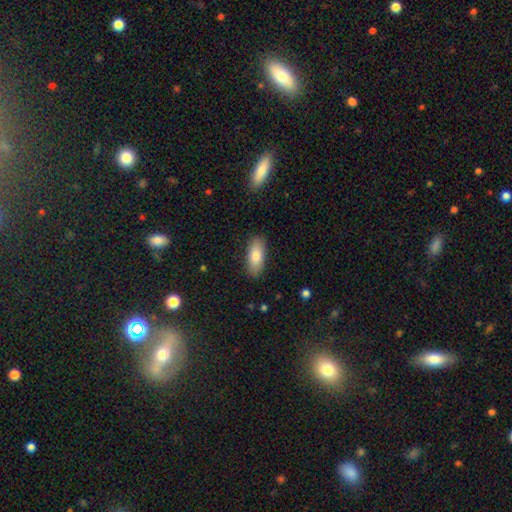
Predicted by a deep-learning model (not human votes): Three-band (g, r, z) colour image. It shows a smooth galaxy with no disk features (84%) that is in between round and cigar-shaped (82%). Merging: none (87%).